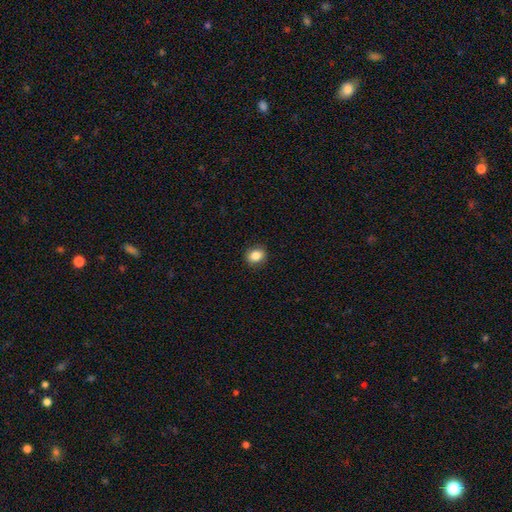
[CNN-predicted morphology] Smooth or featured? smooth (85%)
How rounded? round (58%)
Merging? none (90%)